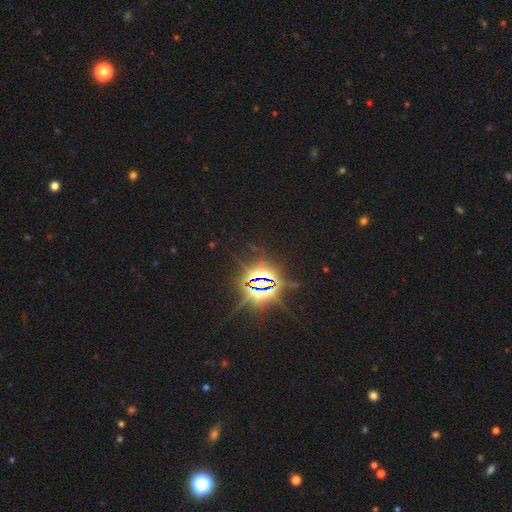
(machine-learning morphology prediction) type=star or artifact (86%).